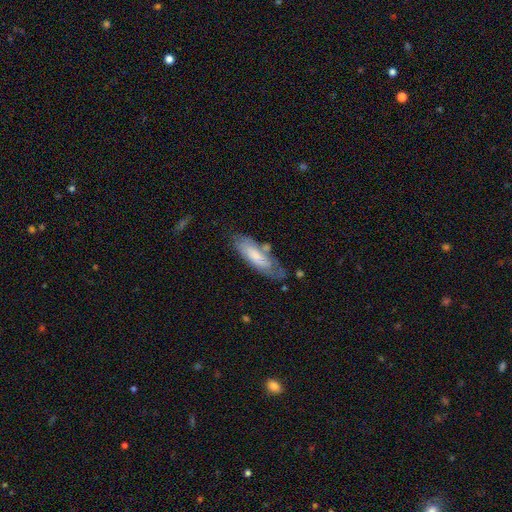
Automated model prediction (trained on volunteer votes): This is likely a smooth galaxy (61%). How rounded: possibly in between (54%). Merging: possibly none (54%).